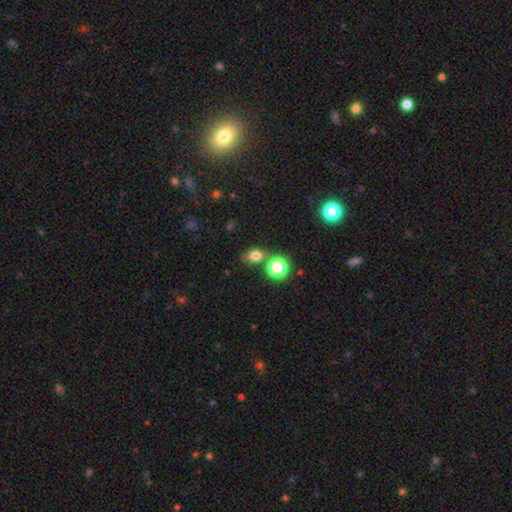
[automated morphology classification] Smooth or featured?
  - smooth: 74% *
  - star or artifact: 18%
  - featured or disk: 8%
How rounded?
  - in between: 54% *
  - round: 45%
  - cigar-shaped: 1%
Merging?
  - none: 66% *
  - merger: 15%
  - minor disturbance: 14%
  - major disturbance: 5%